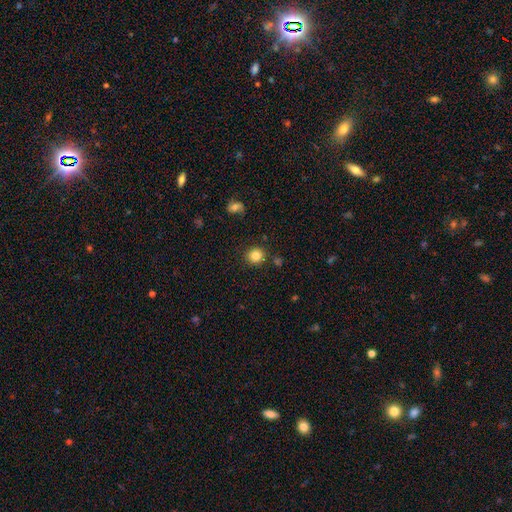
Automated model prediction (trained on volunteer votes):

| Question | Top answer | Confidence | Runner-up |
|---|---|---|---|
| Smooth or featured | smooth | 83% | star or artifact (11%) |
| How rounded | round | 89% | in between (10%) |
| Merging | none | 87% | minor disturbance (7%) |